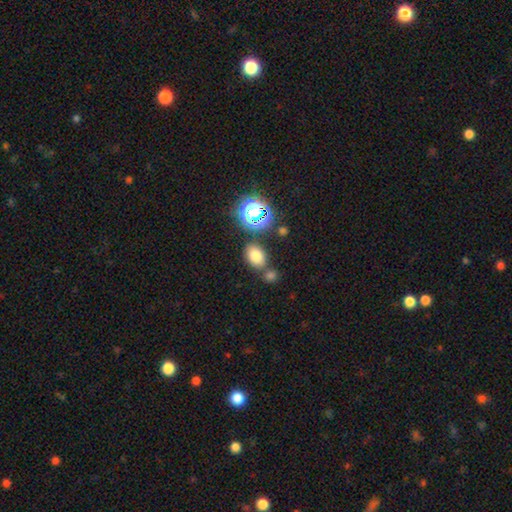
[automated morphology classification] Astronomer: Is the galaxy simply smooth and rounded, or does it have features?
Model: smooth — 74%.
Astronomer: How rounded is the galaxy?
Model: in between — 74%.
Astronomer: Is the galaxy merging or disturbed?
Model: none — 71%.